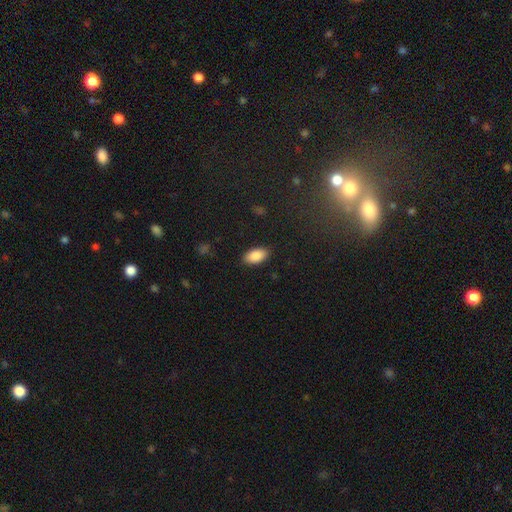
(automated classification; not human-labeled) Overall: smooth (89%). How rounded: in between (94%). Merging: none (88%).